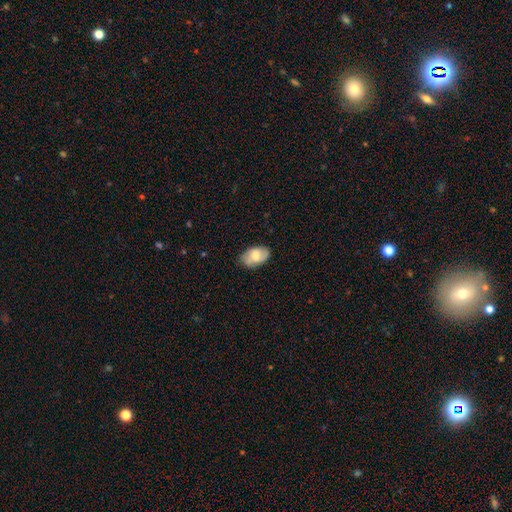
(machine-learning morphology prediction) Smooth or featured: smooth — 67% (featured or disk — 26%)
How rounded: in between — 92% (round — 7%)
Merging: none — 73% (minor disturbance — 21%)